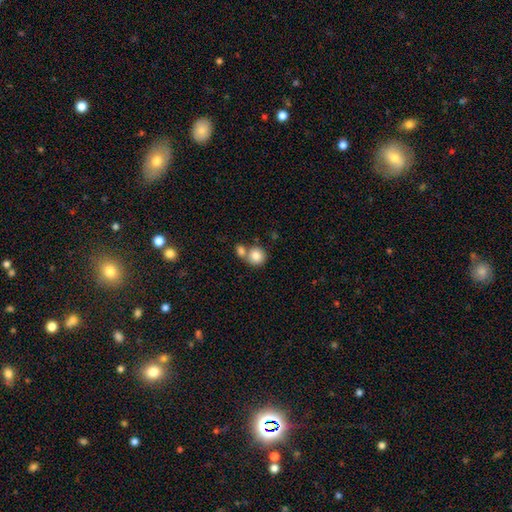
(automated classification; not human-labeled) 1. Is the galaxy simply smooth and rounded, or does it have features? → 83% smooth, 9% star or artifact, 9% featured or disk.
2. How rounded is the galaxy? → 88% round, 11% in between, 1% cigar-shaped.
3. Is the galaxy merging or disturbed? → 48% none, 42% merger, 7% minor disturbance, 3% major disturbance.